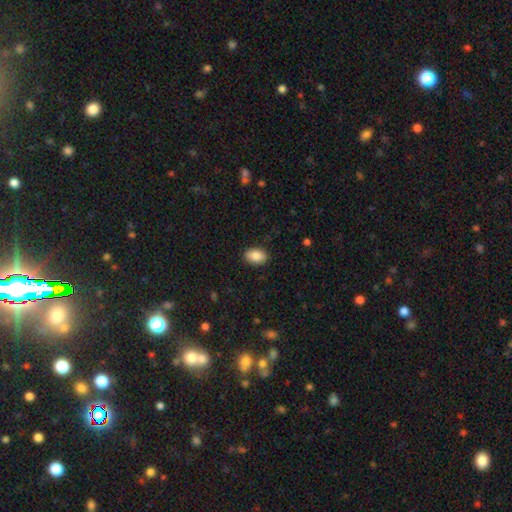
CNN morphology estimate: Q: Smooth or featured?
A: smooth (87%); runner-up: star or artifact (7%)
Q: How rounded?
A: in between (86%); runner-up: round (13%)
Q: Merging?
A: none (89%); runner-up: minor disturbance (8%)